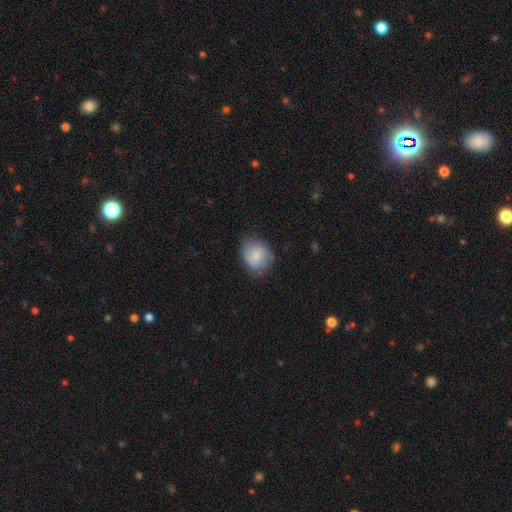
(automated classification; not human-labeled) smooth 74%, featured or disk 18%, star or artifact 7%. Down the decision tree: how rounded — round (64%); merging — none (67%).